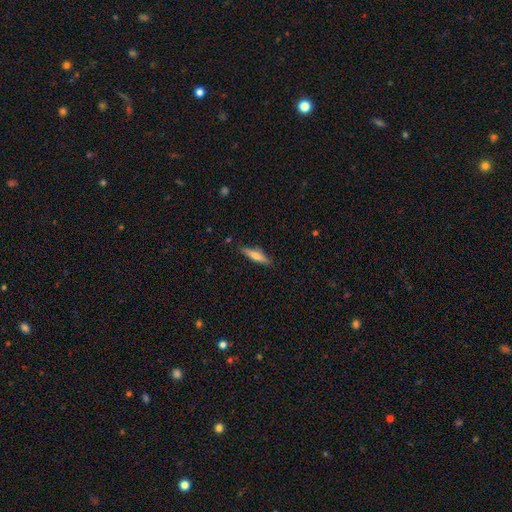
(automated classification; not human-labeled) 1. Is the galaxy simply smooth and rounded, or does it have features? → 58% smooth, 36% featured or disk, 6% star or artifact.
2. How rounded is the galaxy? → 79% cigar-shaped, 19% in between, 2% round.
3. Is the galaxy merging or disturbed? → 86% none, 10% minor disturbance, 2% major disturbance, 2% merger.